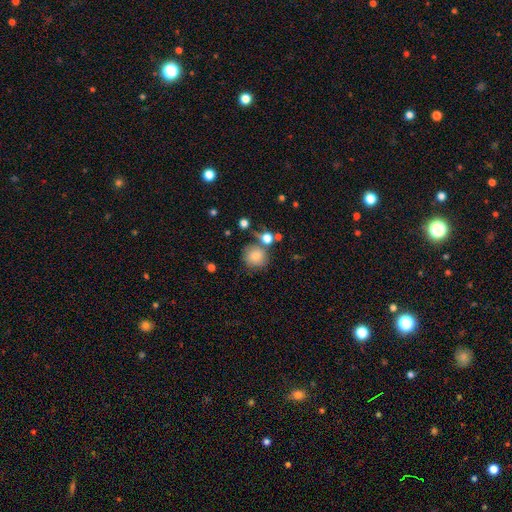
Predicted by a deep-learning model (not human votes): Smooth or featured? smooth (80%)
How rounded? round (87%)
Merging? none (66%)